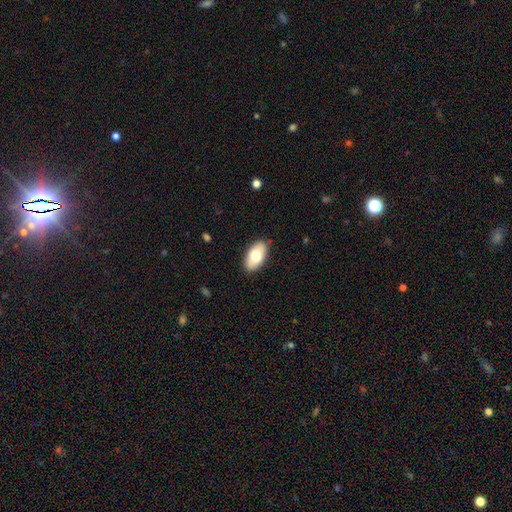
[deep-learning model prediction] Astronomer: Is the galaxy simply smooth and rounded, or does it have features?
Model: smooth — 75%.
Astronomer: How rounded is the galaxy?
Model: in between — 94%.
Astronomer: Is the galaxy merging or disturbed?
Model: none — 87%.